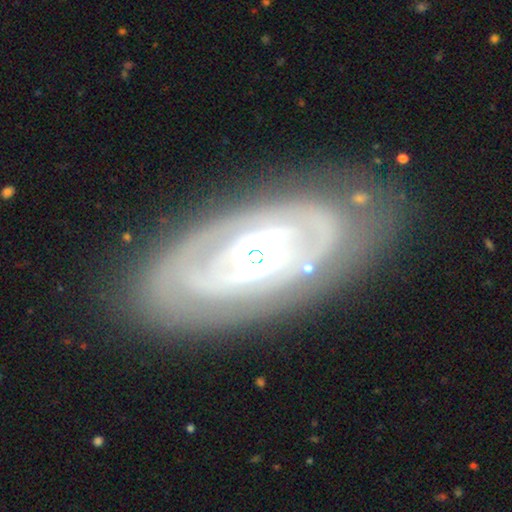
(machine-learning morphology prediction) A featured or disk galaxy (80%) with no bar (61%), spiral arms (65%) and a moderate central bulge (57%). Merging: none (78%).